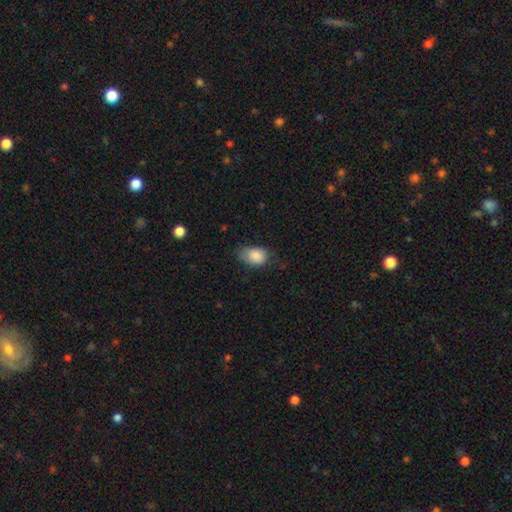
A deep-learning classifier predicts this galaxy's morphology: This is clearly a smooth galaxy (85%). How rounded: clearly in between (84%). Merging: possibly none (49%).